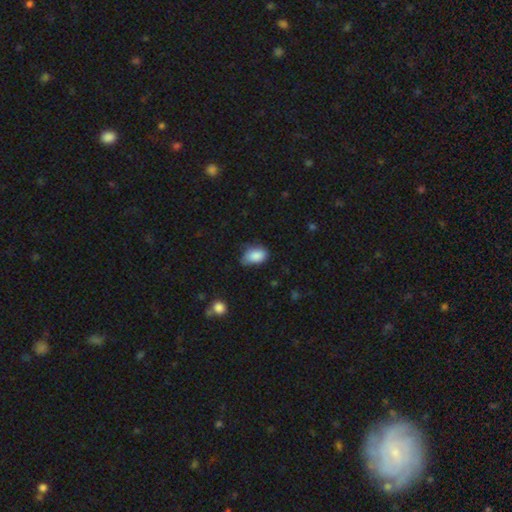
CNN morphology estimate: smooth 87%, star or artifact 7%, featured or disk 6%. Down the decision tree: how rounded — in between (87%); merging — none (51%).